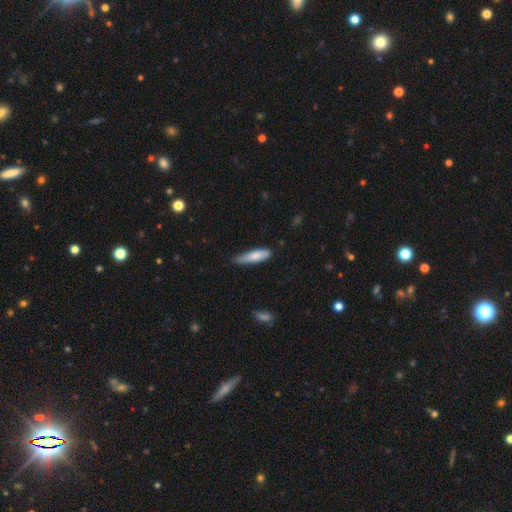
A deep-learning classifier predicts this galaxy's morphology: This appears to be a smooth galaxy with no disk features (79%) that is cigar-shaped (73%). Merging: none (60%).